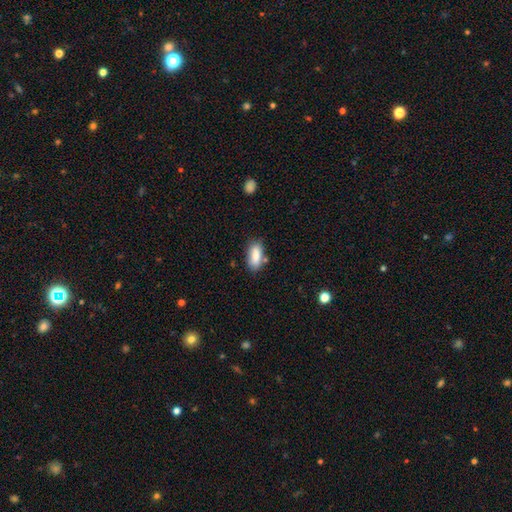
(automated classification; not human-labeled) Smooth or featured: smooth — 84% (featured or disk — 9%)
How rounded: in between — 84% (cigar-shaped — 13%)
Merging: none — 71% (minor disturbance — 18%)